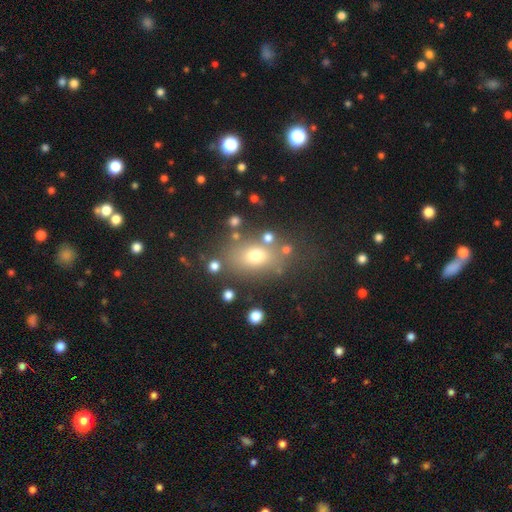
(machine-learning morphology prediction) Smooth or featured: smooth — 69% (star or artifact — 16%)
How rounded: in between — 69% (round — 29%)
Merging: none — 74% (minor disturbance — 13%)